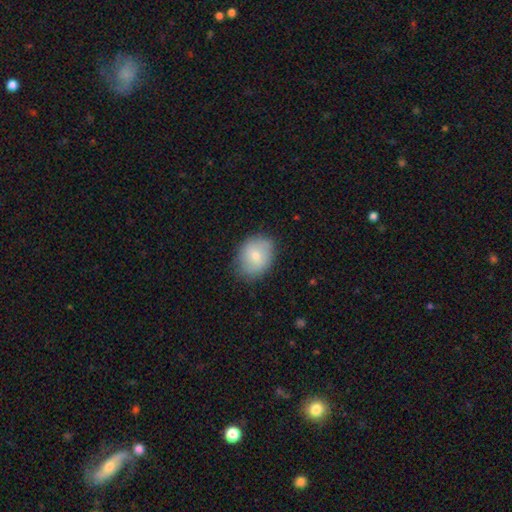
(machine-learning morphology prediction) Smooth or featured? smooth (73%)
How rounded? in between (60%)
Merging? none (78%)